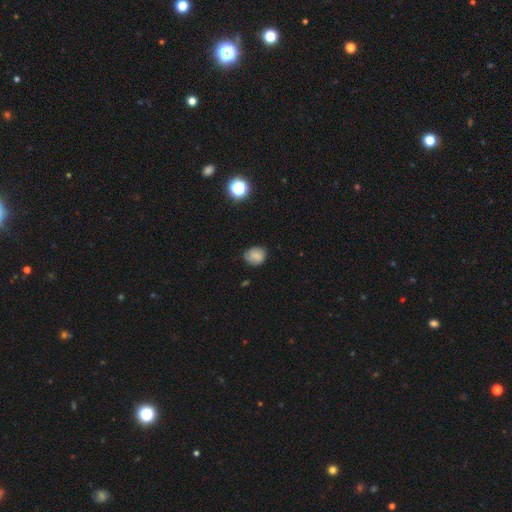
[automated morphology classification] This is clearly a smooth galaxy (82%). How rounded: likely round (67%). Merging: likely none (76%).